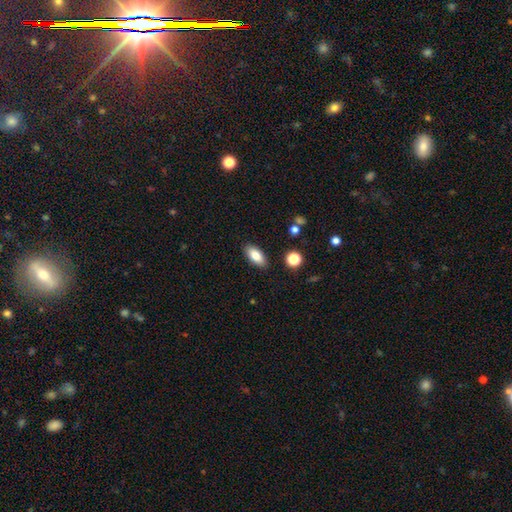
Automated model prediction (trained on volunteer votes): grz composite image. It shows a smooth galaxy with no disk features (82%) that is in between round and cigar-shaped (88%). Merging: none (88%).